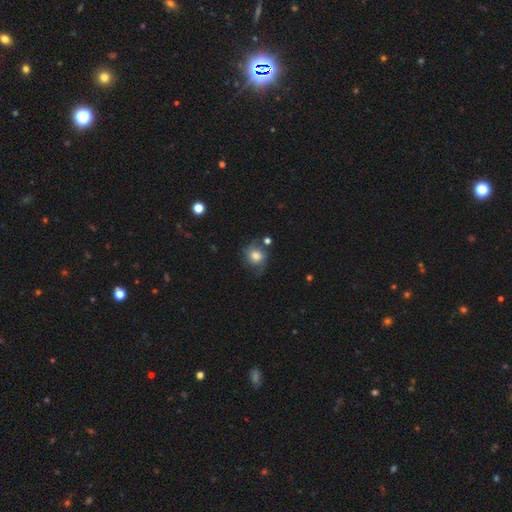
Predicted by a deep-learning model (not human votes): smooth_or_featured: smooth (p=0.64) [alt: featured or disk p=0.26]
how_rounded: round (p=0.76) [alt: in between p=0.23]
merging: none (p=0.56) [alt: minor disturbance p=0.24]